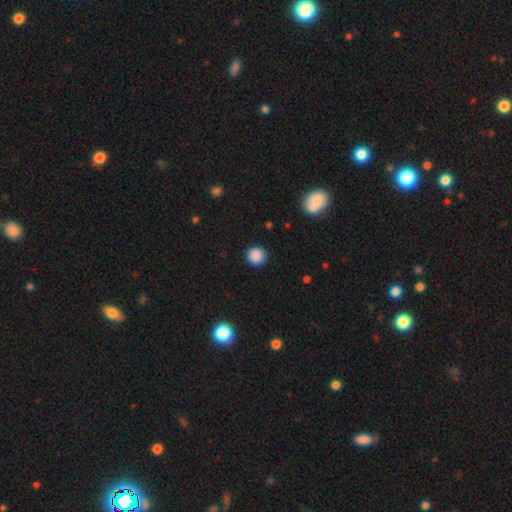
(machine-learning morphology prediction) type=smooth (88%); roundness=round (94%); merging=none (91%).